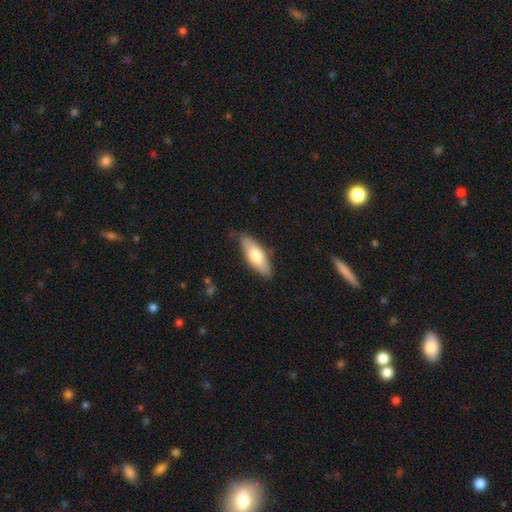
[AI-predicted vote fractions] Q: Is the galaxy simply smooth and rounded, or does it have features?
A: smooth — 69%.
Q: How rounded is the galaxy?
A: in between — 64%.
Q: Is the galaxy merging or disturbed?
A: none — 78%.